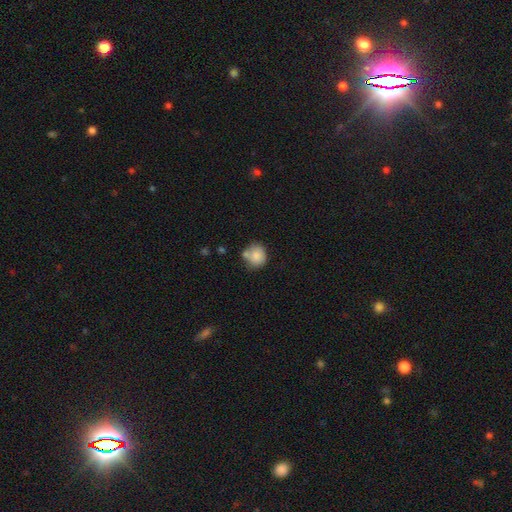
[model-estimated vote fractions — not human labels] The model was most divided on "merging": none: 55%, merger: 21%, minor disturbance: 19%, major disturbance: 5%. More confident: smooth or featured — smooth (83%); how rounded — round (80%).